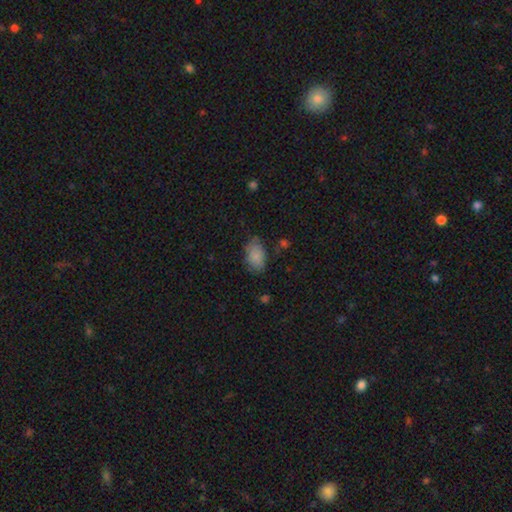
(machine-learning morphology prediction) The model was most divided on "merging": none: 74%, minor disturbance: 20%, major disturbance: 5%, merger: 2%. More confident: how rounded — in between (88%); smooth or featured — smooth (86%).